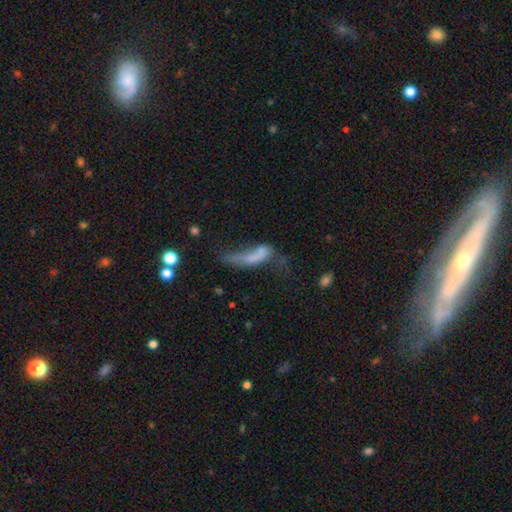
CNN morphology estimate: smooth 52%, featured or disk 34%, star or artifact 13%. Down the decision tree: how rounded — in between (50%); merging — major disturbance (43%).